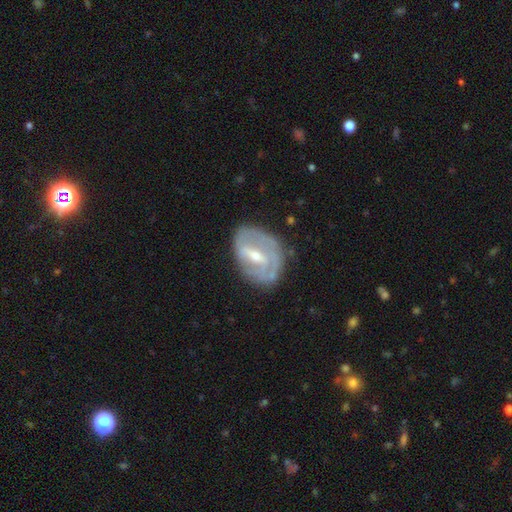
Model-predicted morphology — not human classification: A featured or disk galaxy (72%) with a weak bar (45%), spiral arms (63%) and a moderate central bulge (51%). Merging: none (65%).